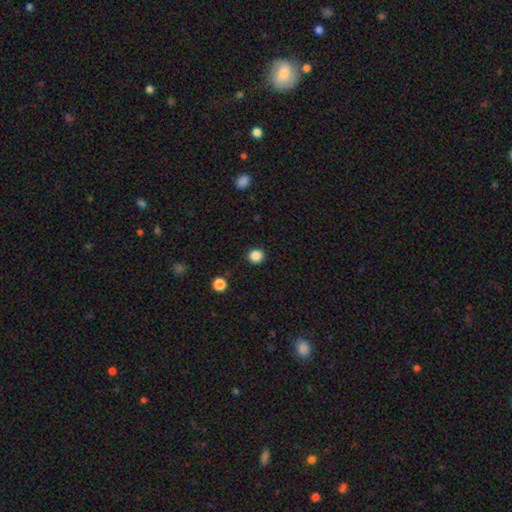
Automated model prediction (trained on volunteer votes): Overall: smooth (86%). How rounded: round (93%). Merging: none (92%).